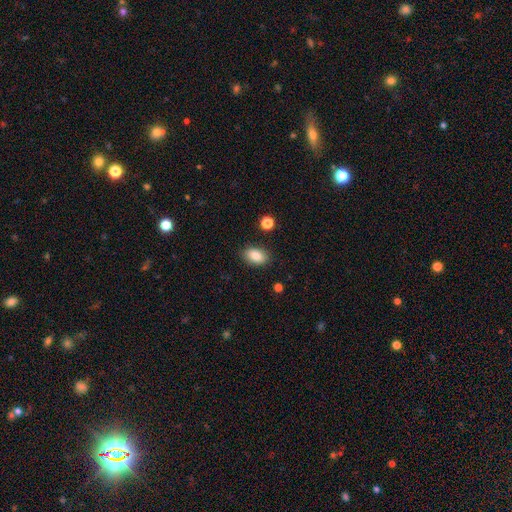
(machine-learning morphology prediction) This appears to be a smooth galaxy with no disk features (86%) that is in between round and cigar-shaped (88%). Merging: none (85%).